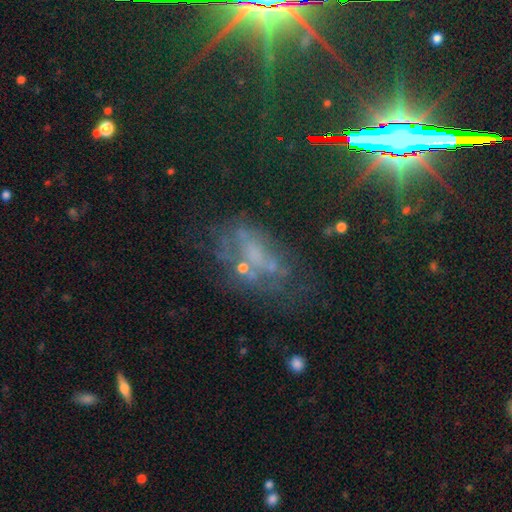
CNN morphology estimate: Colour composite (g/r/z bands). It shows a featured or disk galaxy (40%). Merging: none (42%).